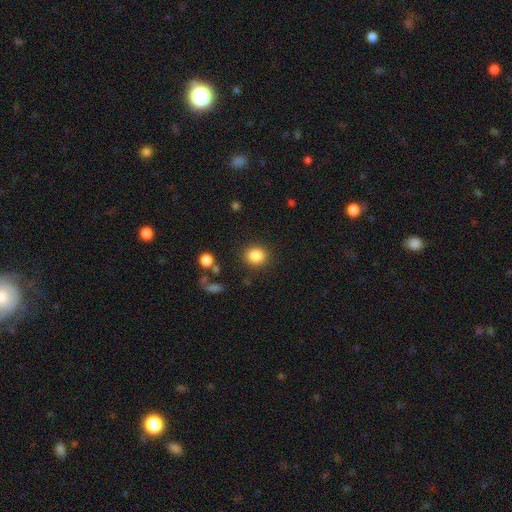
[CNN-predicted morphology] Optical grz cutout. It shows a smooth galaxy with no disk features (85%) that is round (78%). Merging: none (88%).